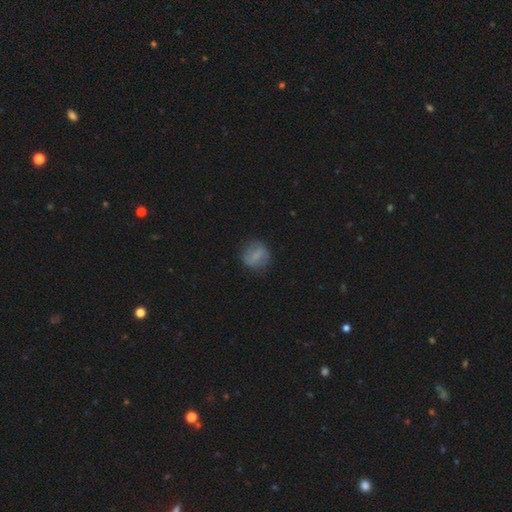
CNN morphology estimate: Overall: smooth (63%; featured or disk 28%). How rounded: round (77%). Merging: none (78%).